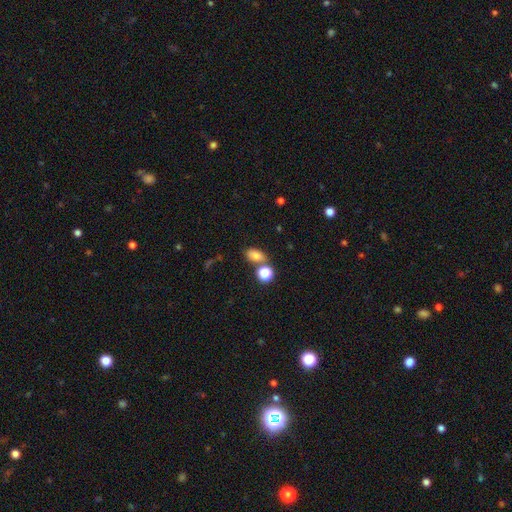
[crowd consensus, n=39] Smooth or featured: smooth — 85% (featured or disk — 8%)
How rounded: in between — 88% (round — 9%)
Merging: none — 83% (merger — 11%)